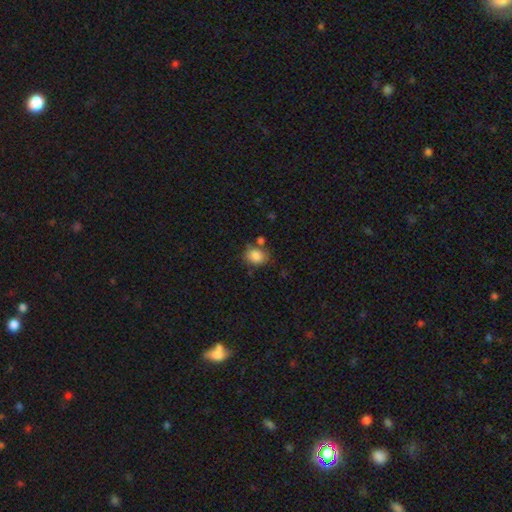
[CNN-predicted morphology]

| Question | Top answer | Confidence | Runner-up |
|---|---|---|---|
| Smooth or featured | smooth | 85% | star or artifact (9%) |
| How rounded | in between | 53% | round (46%) |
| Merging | none | 68% | minor disturbance (17%) |